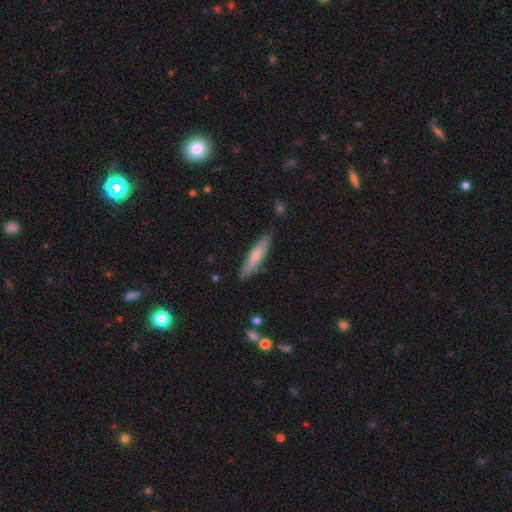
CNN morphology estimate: Smooth or featured? Predicted: smooth (p=0.56). How rounded? Predicted: cigar-shaped (p=0.84). Merging? Predicted: none (p=0.86).